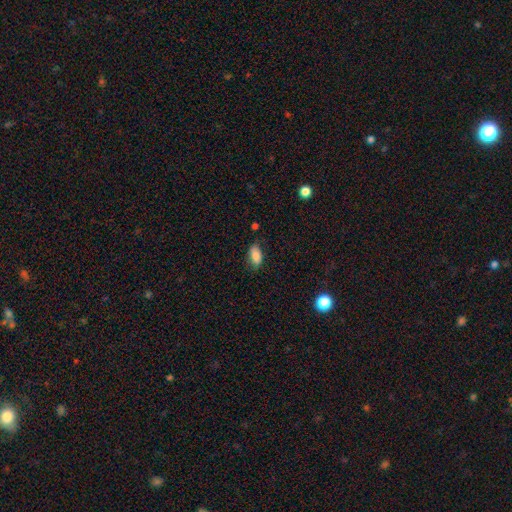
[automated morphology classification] The model was most divided on "merging": none: 75%, minor disturbance: 19%, major disturbance: 4%, merger: 2%. More confident: how rounded — in between (91%); smooth or featured — smooth (83%).